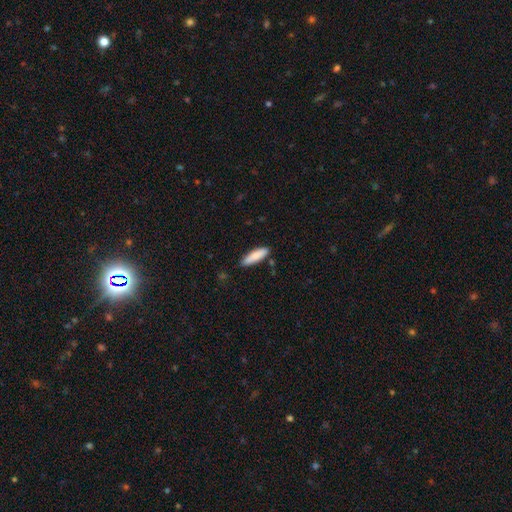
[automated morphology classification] The model was most divided on "how rounded": cigar-shaped: 61%, in between: 37%, round: 1%. More confident: smooth or featured — smooth (86%); merging — none (82%).